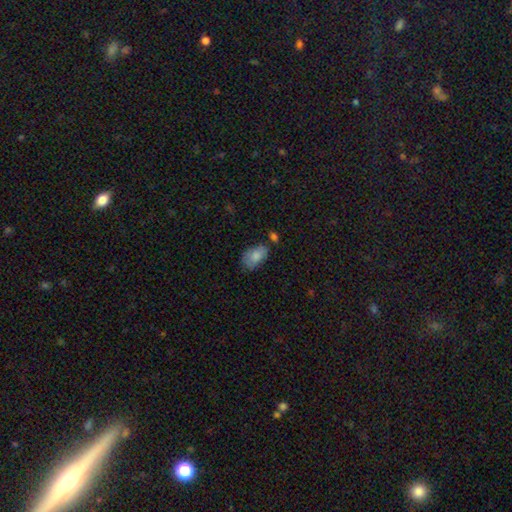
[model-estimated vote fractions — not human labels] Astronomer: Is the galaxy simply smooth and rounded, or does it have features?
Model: smooth — 80%.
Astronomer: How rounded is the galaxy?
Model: in between — 90%.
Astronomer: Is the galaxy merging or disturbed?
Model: none — 57%.